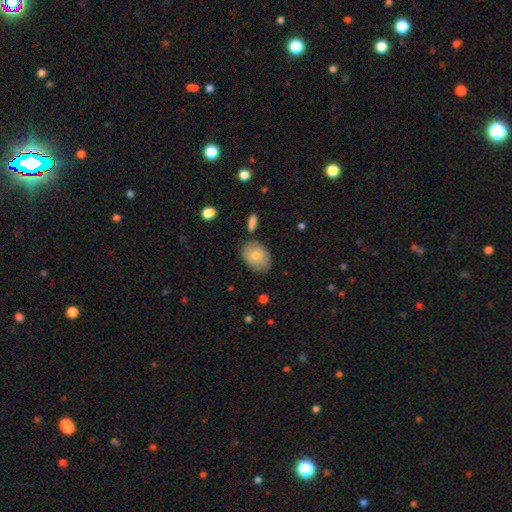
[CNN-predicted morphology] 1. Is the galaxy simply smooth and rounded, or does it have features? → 78% smooth, 15% featured or disk, 7% star or artifact.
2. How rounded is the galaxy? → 77% in between, 22% round, 1% cigar-shaped.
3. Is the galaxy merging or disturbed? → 76% none, 17% minor disturbance, 4% merger, 4% major disturbance.